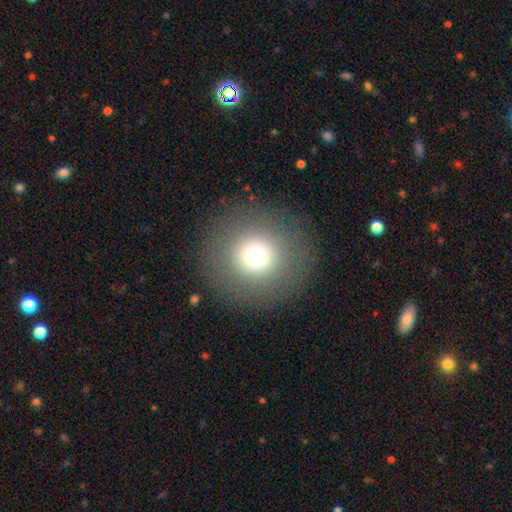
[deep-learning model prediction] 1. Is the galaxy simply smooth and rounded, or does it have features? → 68% smooth, 18% featured or disk, 14% star or artifact.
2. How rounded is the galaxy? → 93% round, 6% in between, 1% cigar-shaped.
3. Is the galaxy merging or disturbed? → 88% none, 6% minor disturbance, 5% major disturbance, 1% merger.